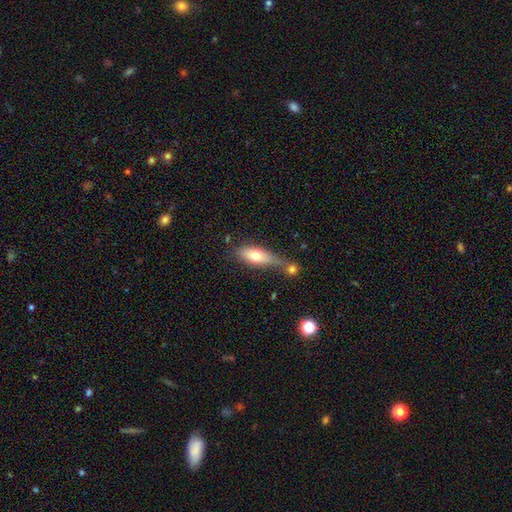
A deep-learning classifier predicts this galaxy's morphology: smooth-or-featured: smooth: 68% | featured or disk: 25% | star or artifact: 8%
  how-rounded: in between: 70% | cigar-shaped: 25% | round: 5%
  merging: none: 36% | merger: 34% | minor disturbance: 19% | major disturbance: 11%